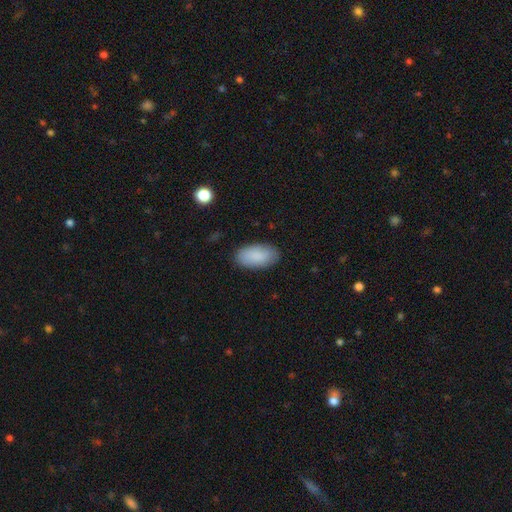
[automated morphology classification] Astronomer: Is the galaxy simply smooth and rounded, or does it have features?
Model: smooth — 87%.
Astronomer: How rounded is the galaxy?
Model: in between — 95%.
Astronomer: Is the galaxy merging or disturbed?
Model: none — 86%.